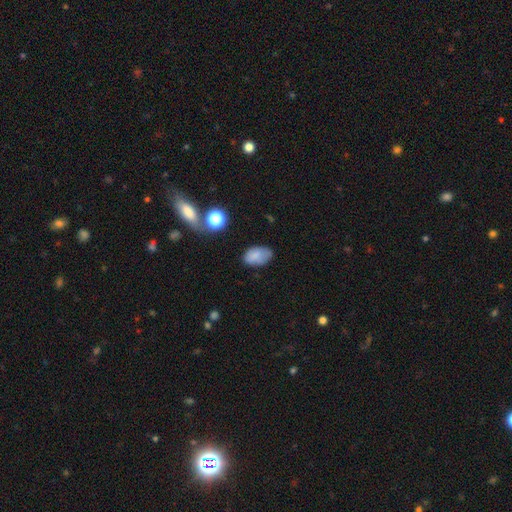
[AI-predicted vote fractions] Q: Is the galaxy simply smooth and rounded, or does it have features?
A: smooth — 80%.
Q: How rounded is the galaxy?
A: in between — 91%.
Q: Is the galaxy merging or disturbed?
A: none — 70%.